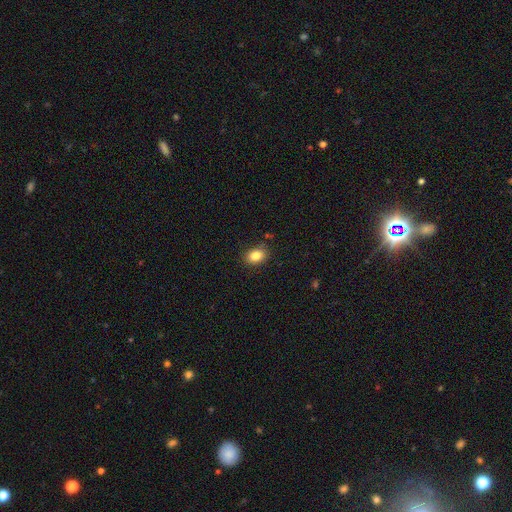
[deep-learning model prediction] The model was most divided on "how rounded": in between: 77%, round: 22%, cigar-shaped: 1%. More confident: merging — none (85%); smooth or featured — smooth (85%).